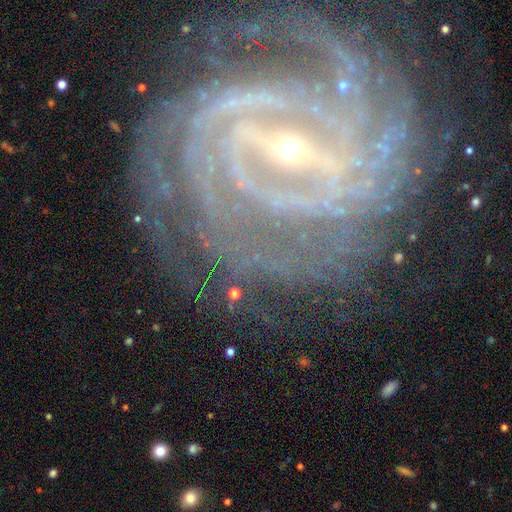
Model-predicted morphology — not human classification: Smooth or featured? Predicted: featured or disk (p=0.91). Edge-on disk? Predicted: no (p=0.96). Bar? Predicted: strong (p=0.68). Spiral arms? Predicted: yes (p=0.97). Spiral winding? Predicted: tight (p=0.73). Spiral arm count? Predicted: can't tell (p=0.21, tied with 4). Bulge size? Predicted: small (p=0.84). Merging? Predicted: none (p=0.75).